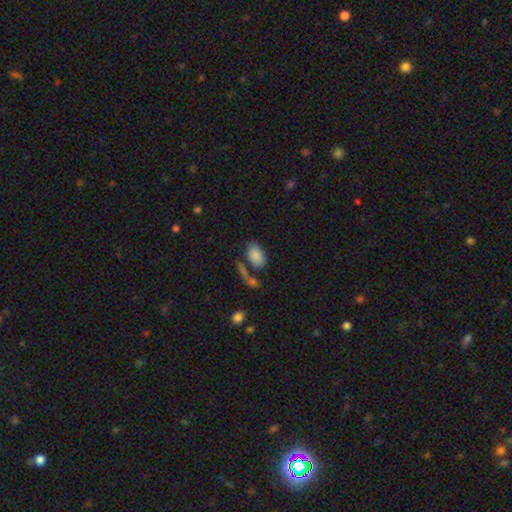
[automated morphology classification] Smooth or featured?
  - smooth: 84% *
  - star or artifact: 8%
  - featured or disk: 8%
How rounded?
  - in between: 92% *
  - round: 7%
  - cigar-shaped: 2%
Merging?
  - none: 57% *
  - merger: 20%
  - minor disturbance: 15%
  - major disturbance: 8%